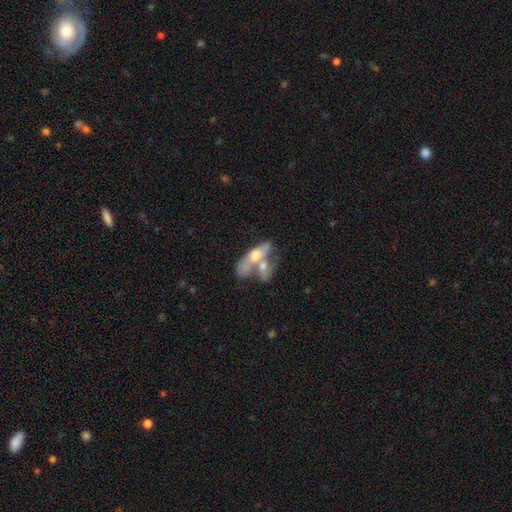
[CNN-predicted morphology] Q: Smooth or featured?
A: featured or disk (48%); runner-up: smooth (44%)
Q: Merging?
A: merger (65%); runner-up: none (16%)